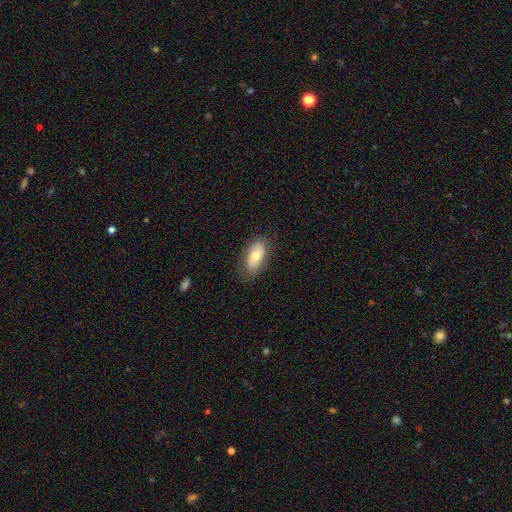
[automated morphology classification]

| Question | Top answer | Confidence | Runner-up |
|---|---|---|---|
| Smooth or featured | smooth | 67% | featured or disk (25%) |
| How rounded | in between | 91% | cigar-shaped (5%) |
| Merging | none | 79% | minor disturbance (16%) |